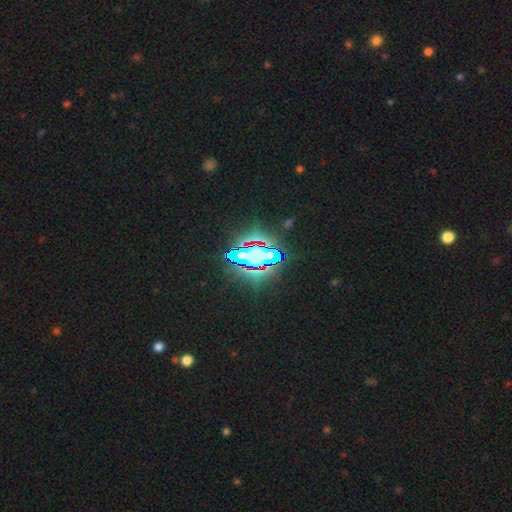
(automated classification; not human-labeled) A star or artifact, not a galaxy (71%).